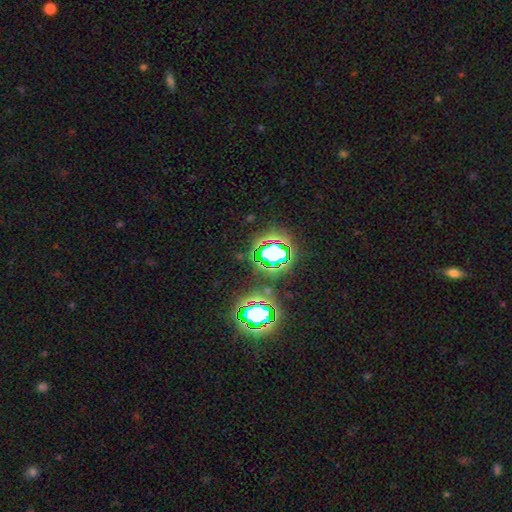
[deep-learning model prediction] smooth-or-featured: star or artifact: 78% | smooth: 15% | featured or disk: 8%